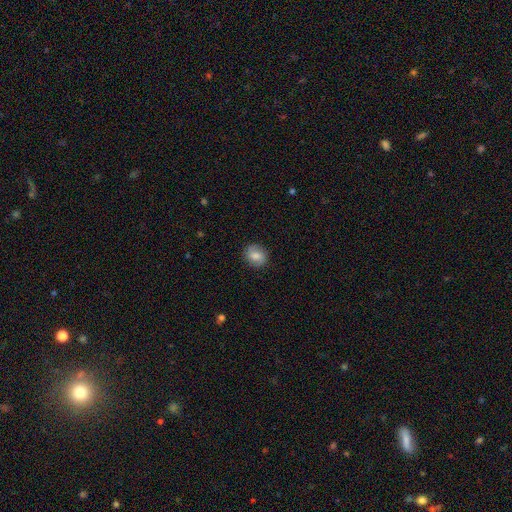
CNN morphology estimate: This appears to be a smooth galaxy with no disk features (77%) that is round (71%). Merging: none (87%).